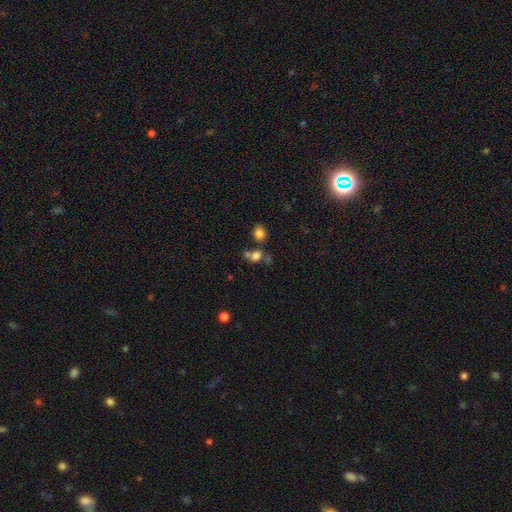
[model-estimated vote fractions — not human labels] Smooth or featured? Predicted: smooth (p=0.68). How rounded? Predicted: round (p=0.55). Merging? Predicted: none (p=0.41).